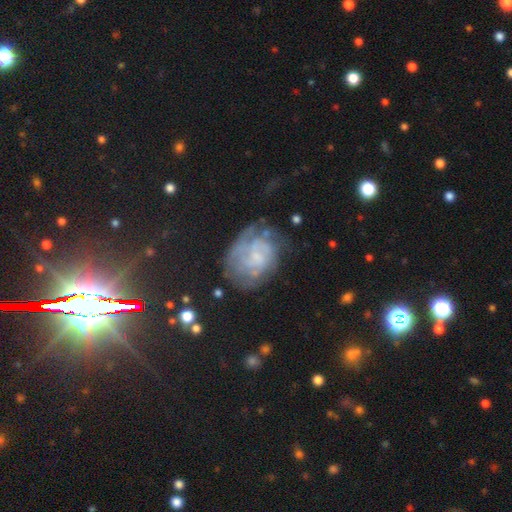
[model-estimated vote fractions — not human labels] Smooth or featured? featured or disk (66%)
Edge-on disk? no (98%)
Bar? no (66%)
Spiral arms? yes (74%)
Bulge size? small (49%)
Merging? none (50%)